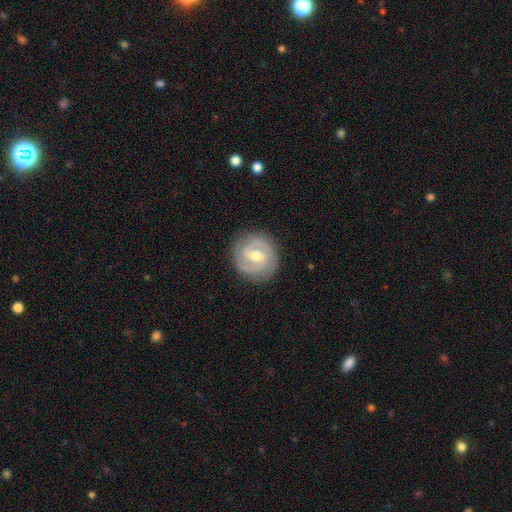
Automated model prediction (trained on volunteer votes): smooth_or_featured: featured or disk (p=0.83) [alt: smooth p=0.12]
disk_edge_on: no (p=0.97) [alt: yes p=0.03]
bar: weak (p=0.55) [alt: strong p=0.23]
has_spiral_arms: yes (p=0.94) [alt: no p=0.06]
spiral_winding: tight (p=0.55) [alt: medium p=0.38]
spiral_arm_count: 2 (p=0.75) [alt: 3 p=0.11]
bulge_size: moderate (p=0.70) [alt: small p=0.24]
merging: none (p=0.86) [alt: minor disturbance p=0.10]